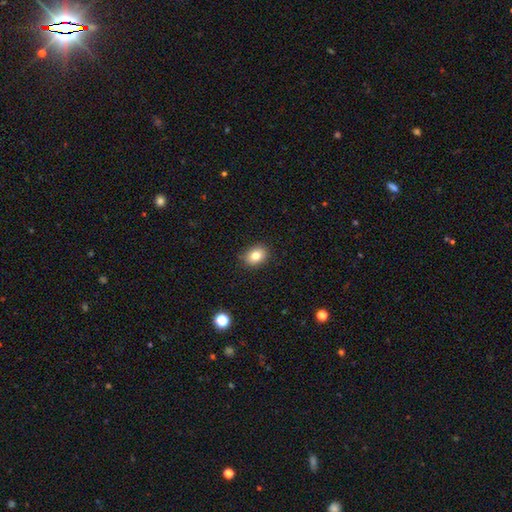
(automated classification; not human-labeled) This appears to be a smooth galaxy with no disk features (80%) that is in between round and cigar-shaped (57%). Merging: none (86%).